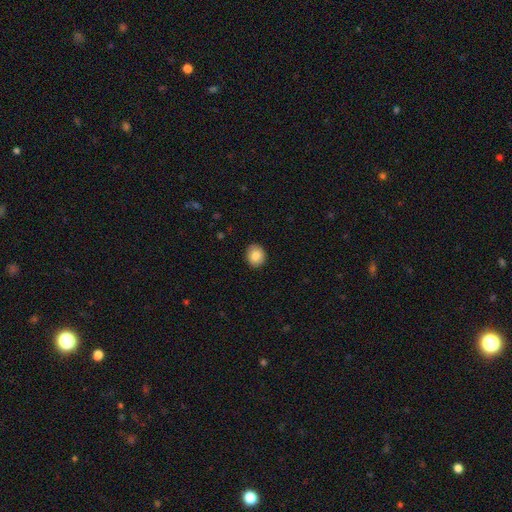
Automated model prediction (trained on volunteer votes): This is clearly a smooth galaxy (86%). How rounded: likely round (70%). Merging: clearly none (90%).